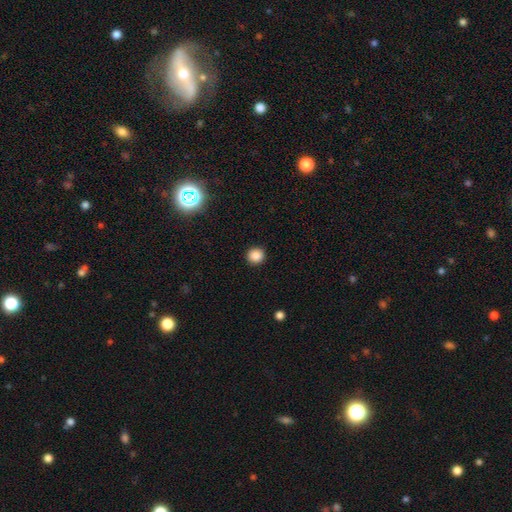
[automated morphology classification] smooth-or-featured: smooth: 86% | star or artifact: 11% | featured or disk: 3%
  how-rounded: round: 93% | in between: 6% | cigar-shaped: 1%
  merging: none: 93% | minor disturbance: 5% | major disturbance: 2% | merger: 1%